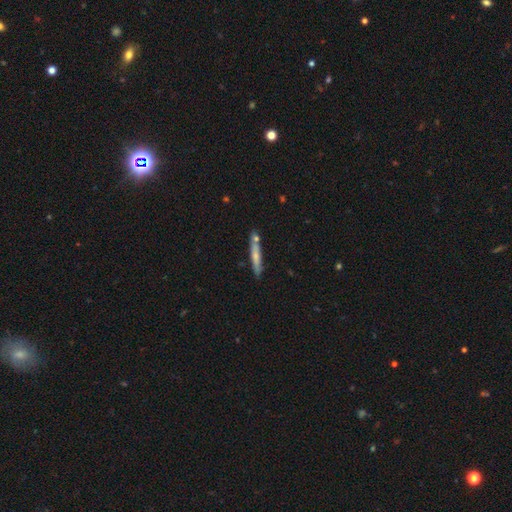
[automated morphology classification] The model was most divided on "smooth or featured": smooth: 60%, featured or disk: 34%, star or artifact: 6%. More confident: how rounded — cigar-shaped (92%); merging — none (74%).